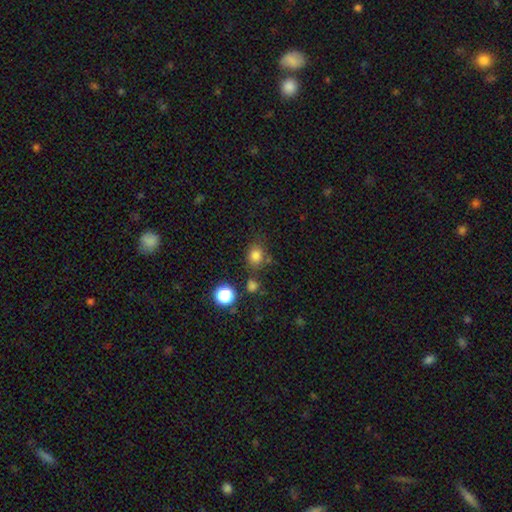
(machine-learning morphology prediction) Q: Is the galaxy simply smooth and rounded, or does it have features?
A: smooth — 79%.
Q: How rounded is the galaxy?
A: round — 67%.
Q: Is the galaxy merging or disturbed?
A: none — 71%.